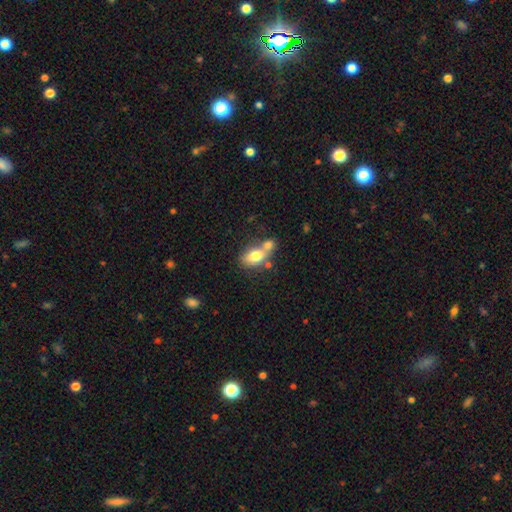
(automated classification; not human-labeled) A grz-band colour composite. It shows a smooth galaxy with no disk features (73%) that is in between round and cigar-shaped (82%). Merging: merger (49%).